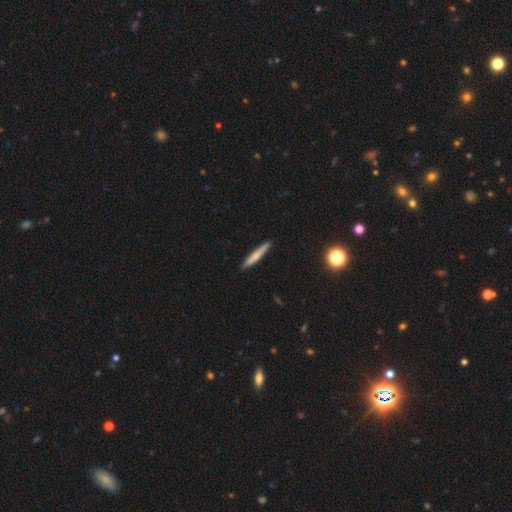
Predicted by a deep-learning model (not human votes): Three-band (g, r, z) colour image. It shows a smooth galaxy with no disk features (65%) that is cigar-shaped (93%). Merging: none (87%).